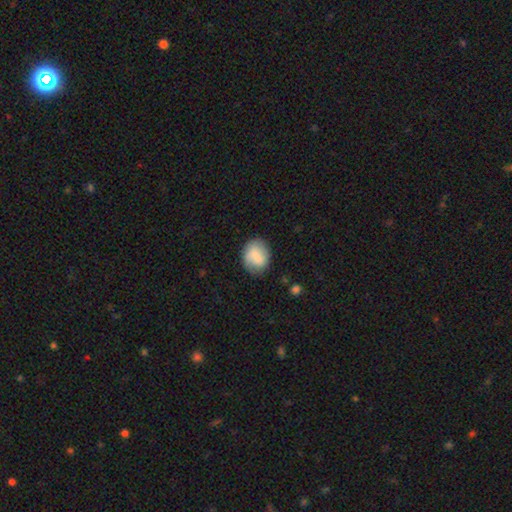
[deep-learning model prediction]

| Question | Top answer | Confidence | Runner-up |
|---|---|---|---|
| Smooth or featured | smooth | 73% | featured or disk (19%) |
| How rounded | round | 53% | in between (46%) |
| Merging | none | 73% | minor disturbance (19%) |